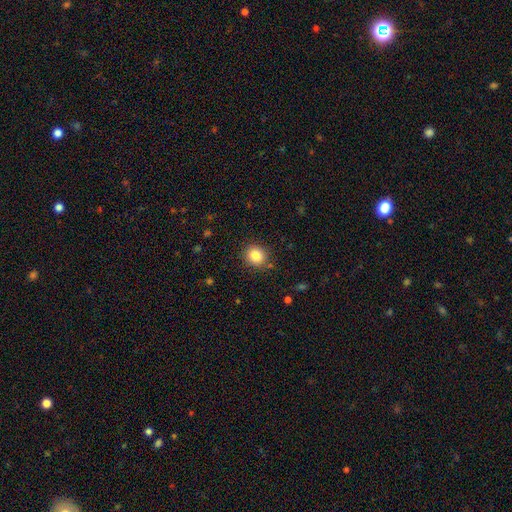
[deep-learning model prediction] Q: Smooth or featured?
A: smooth (84%); runner-up: star or artifact (10%)
Q: How rounded?
A: round (86%); runner-up: in between (13%)
Q: Merging?
A: none (88%); runner-up: minor disturbance (8%)